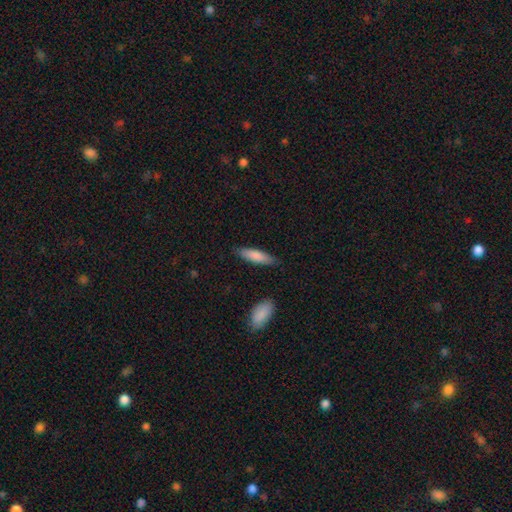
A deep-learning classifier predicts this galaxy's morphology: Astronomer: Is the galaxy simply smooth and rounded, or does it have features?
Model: smooth — 83%.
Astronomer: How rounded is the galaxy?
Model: cigar-shaped — 62%.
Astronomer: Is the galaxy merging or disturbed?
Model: none — 84%.